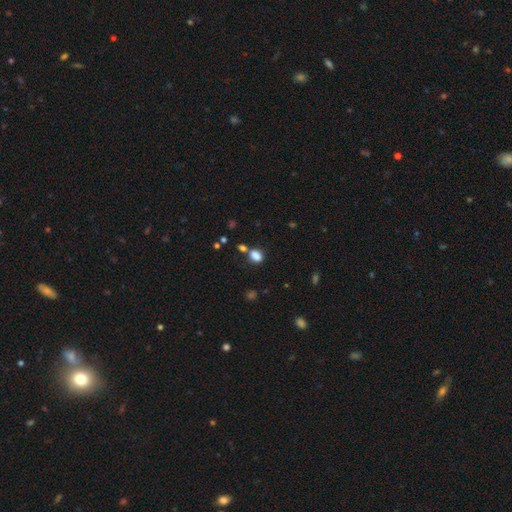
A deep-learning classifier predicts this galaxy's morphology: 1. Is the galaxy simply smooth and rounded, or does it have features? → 82% smooth, 12% star or artifact, 5% featured or disk.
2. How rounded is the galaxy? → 69% in between, 29% round, 2% cigar-shaped.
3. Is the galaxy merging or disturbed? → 57% none, 23% merger, 14% minor disturbance, 5% major disturbance.